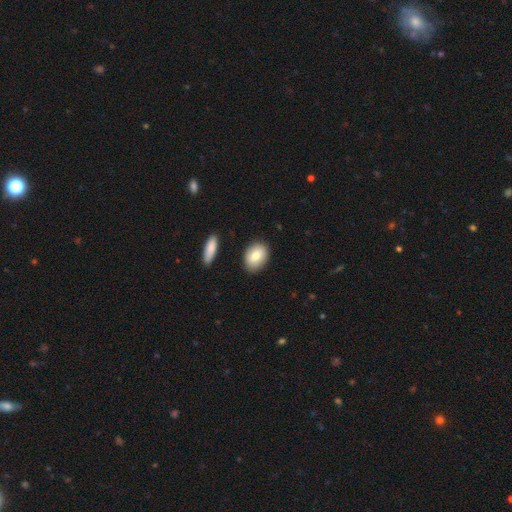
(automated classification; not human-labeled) This is clearly a smooth galaxy (80%). How rounded: likely in between (77%). Merging: clearly none (85%).